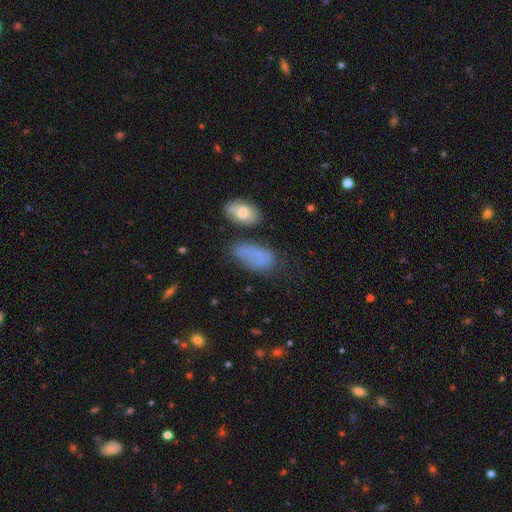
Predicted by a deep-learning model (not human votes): smooth-or-featured: smooth: 65% | featured or disk: 19% | star or artifact: 15%
  how-rounded: in between: 88% | round: 7% | cigar-shaped: 4%
  merging: none: 42% | minor disturbance: 29% | major disturbance: 19% | merger: 11%